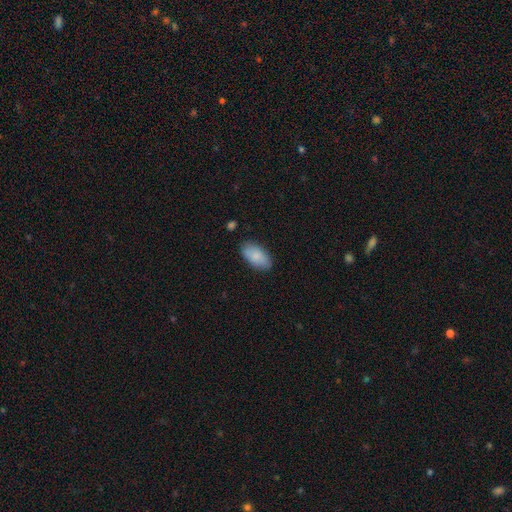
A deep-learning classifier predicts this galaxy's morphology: This is clearly a smooth galaxy (86%). How rounded: clearly in between (94%). Merging: clearly none (85%).